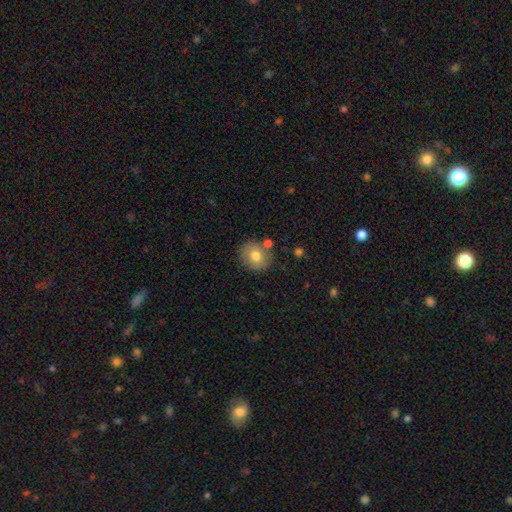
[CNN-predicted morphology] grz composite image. It shows a smooth galaxy with no disk features (75%) that is round (71%). Merging: none (76%).